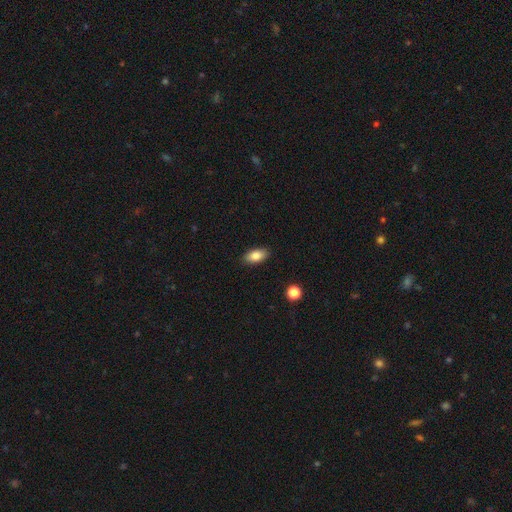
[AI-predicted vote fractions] Q: Smooth or featured?
A: smooth (83%); runner-up: featured or disk (9%)
Q: How rounded?
A: in between (90%); runner-up: cigar-shaped (6%)
Q: Merging?
A: none (89%); runner-up: minor disturbance (8%)